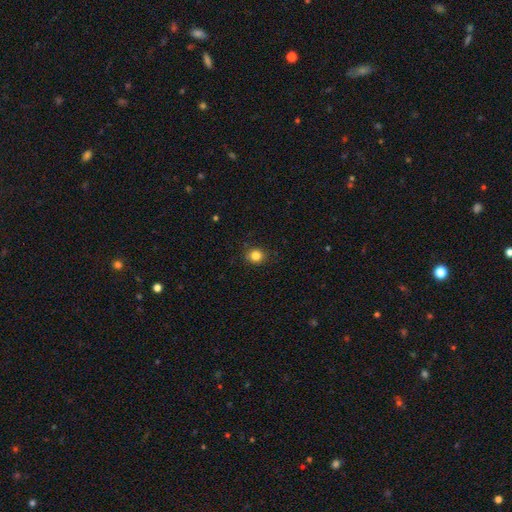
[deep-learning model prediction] Q: Smooth or featured?
A: smooth (83%); runner-up: star or artifact (12%)
Q: How rounded?
A: round (81%); runner-up: in between (18%)
Q: Merging?
A: none (87%); runner-up: minor disturbance (10%)